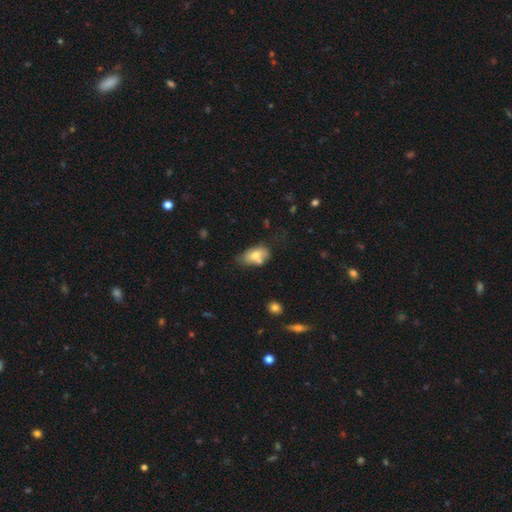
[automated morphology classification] This is likely a smooth galaxy (69%). How rounded: clearly in between (89%). Merging: possibly none (45%).